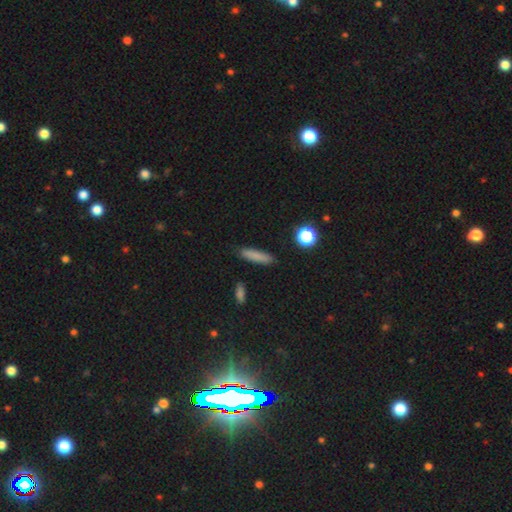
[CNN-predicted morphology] Smooth or featured? Predicted: smooth (p=0.82). How rounded? Predicted: cigar-shaped (p=0.82). Merging? Predicted: none (p=0.88).